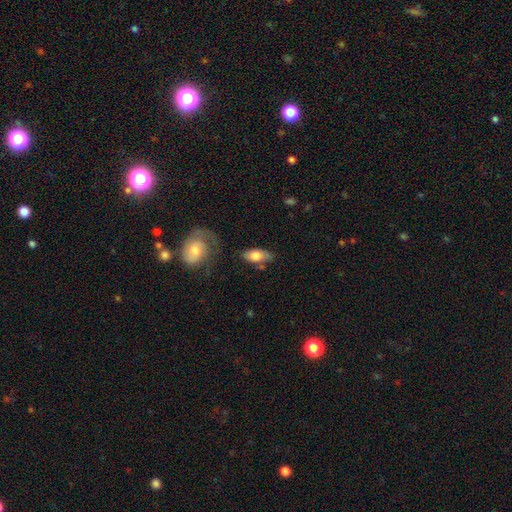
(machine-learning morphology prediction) Smooth or featured?
  - smooth: 70% *
  - featured or disk: 24%
  - star or artifact: 6%
How rounded?
  - in between: 85% *
  - cigar-shaped: 11%
  - round: 4%
Merging?
  - none: 65% *
  - minor disturbance: 21%
  - major disturbance: 7%
  - merger: 7%